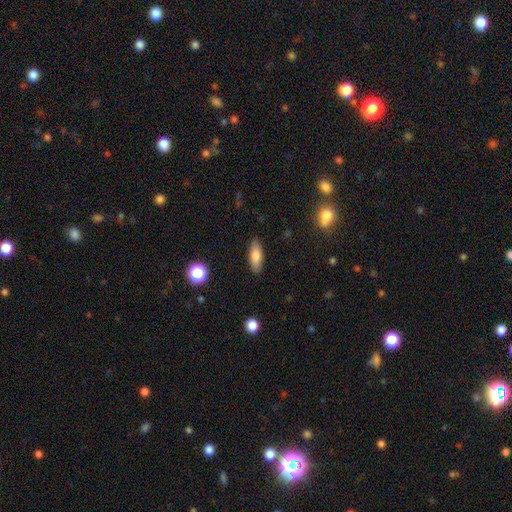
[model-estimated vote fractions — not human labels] The model was most divided on "how rounded": in between: 71%, cigar-shaped: 26%, round: 3%. More confident: merging — none (88%); smooth or featured — smooth (78%).